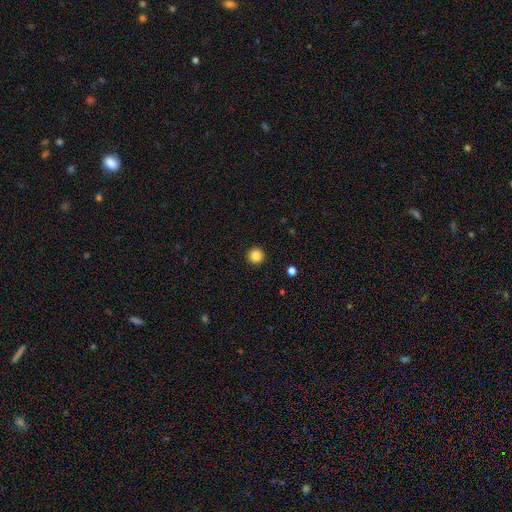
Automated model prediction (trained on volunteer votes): Overall: smooth (85%). How rounded: round (96%). Merging: none (94%).